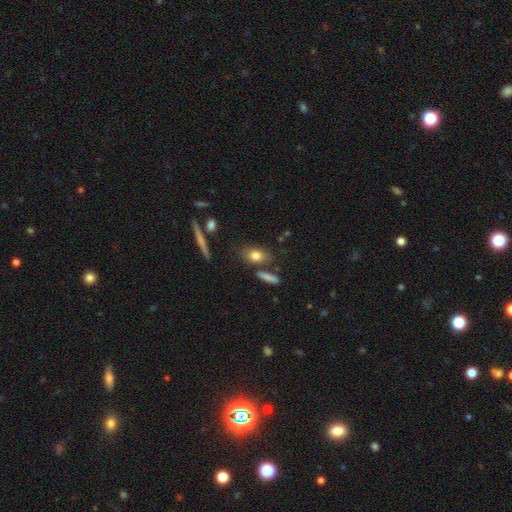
A smooth galaxy with no disk features (77%) that is in between round and cigar-shaped (67%).

Vote fractions:
- Smooth or featured? smooth: 77% / featured or disk: 15% / star or artifact: 8%
- How rounded? in between: 67% / round: 17% / cigar-shaped: 17%
- Merging? none: 72% / minor disturbance: 19% / merger: 8% / major disturbance: 0%